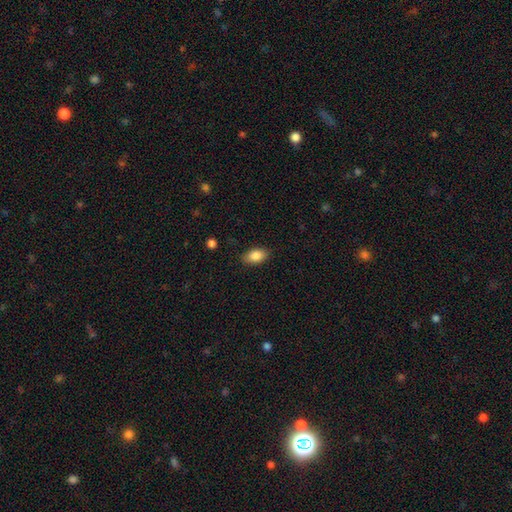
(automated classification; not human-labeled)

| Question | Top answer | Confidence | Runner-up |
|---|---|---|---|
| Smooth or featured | smooth | 86% | star or artifact (8%) |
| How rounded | in between | 90% | round (7%) |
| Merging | none | 86% | minor disturbance (11%) |